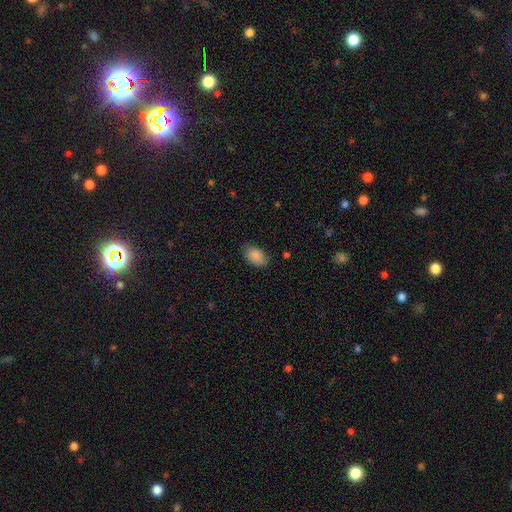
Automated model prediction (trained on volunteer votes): This is clearly a smooth galaxy (87%). How rounded: clearly in between (91%). Merging: likely none (76%).